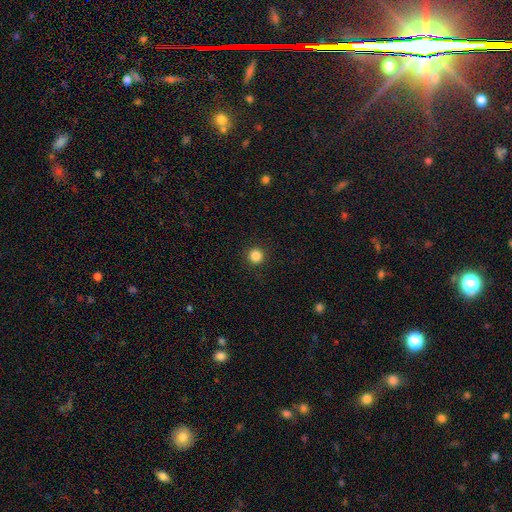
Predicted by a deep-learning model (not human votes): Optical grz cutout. It shows a smooth galaxy with no disk features (85%) that is round (95%). Merging: none (93%).